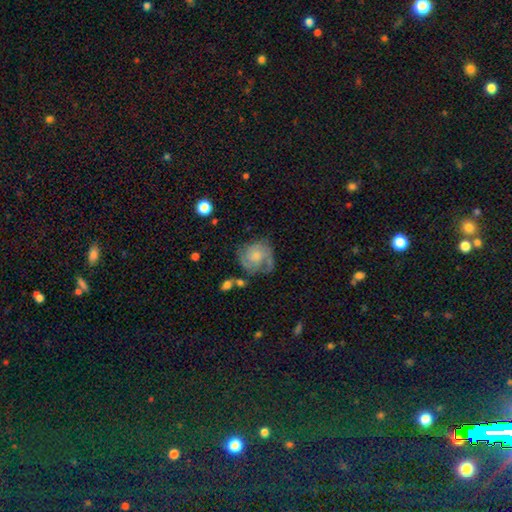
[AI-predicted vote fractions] Smooth or featured? featured or disk (65%)
Edge-on disk? no (98%)
Bar? no (77%)
Spiral arms? yes (87%)
Spiral winding? tight (50%)
Spiral arm count? 2 (45%)
Bulge size? small (36%)
Merging? none (55%)